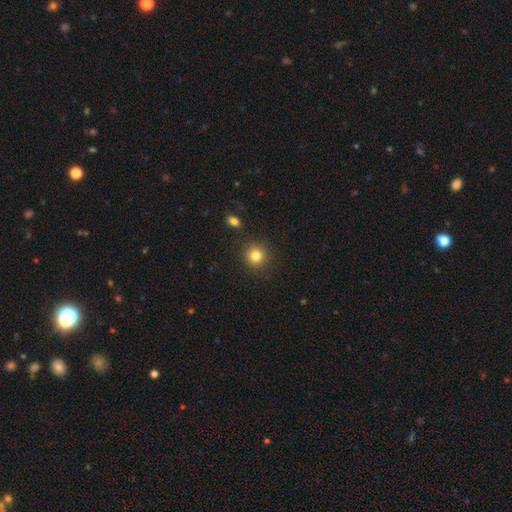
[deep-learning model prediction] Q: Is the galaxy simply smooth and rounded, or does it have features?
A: smooth — 83%.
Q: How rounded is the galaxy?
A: round — 92%.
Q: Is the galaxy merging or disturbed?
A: none — 89%.